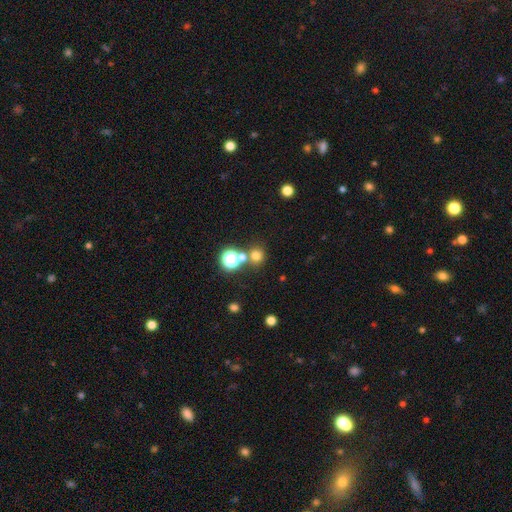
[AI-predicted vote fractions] Smooth or featured: smooth — 70% (star or artifact — 23%)
How rounded: round — 90% (in between — 9%)
Merging: none — 70% (merger — 20%)